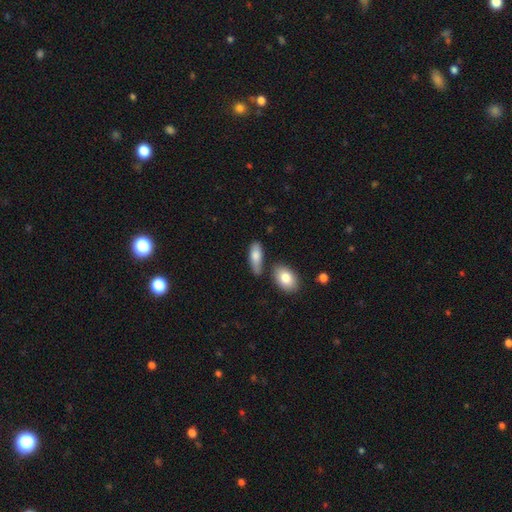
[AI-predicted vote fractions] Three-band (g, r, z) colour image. It shows a smooth galaxy with no disk features (78%) that is in between round and cigar-shaped (75%). Merging: none (59%).